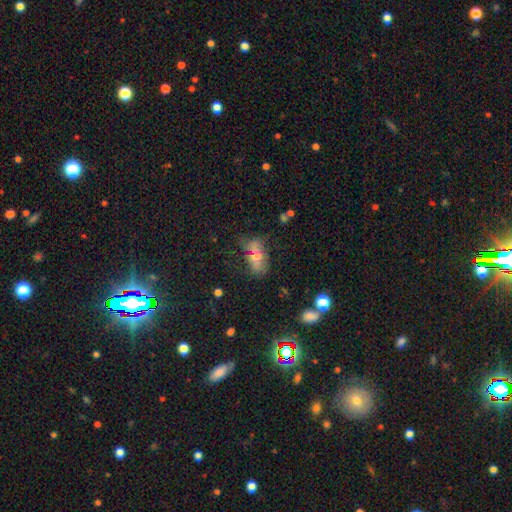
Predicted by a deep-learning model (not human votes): Smooth or featured? smooth (51%)
How rounded? in between (79%)
Merging? none (49%)